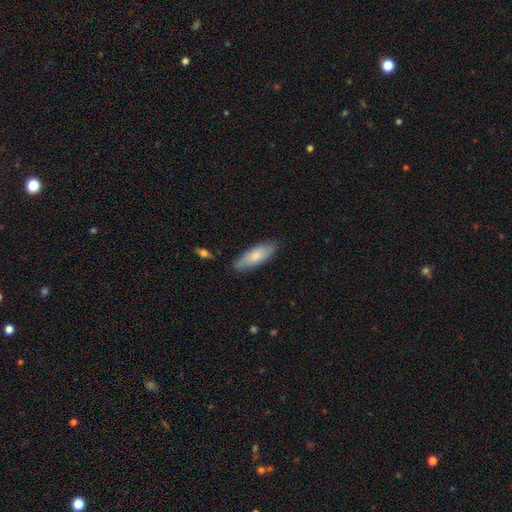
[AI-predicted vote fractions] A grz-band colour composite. It shows a smooth galaxy with no disk features (76%) that is in between round and cigar-shaped (59%). Merging: none (84%).